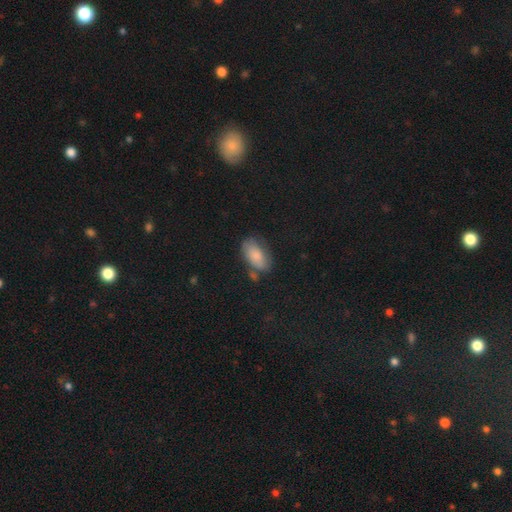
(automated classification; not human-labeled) A smooth galaxy with no disk features (80%) that is in between round and cigar-shaped (93%). Merging: none (61%).